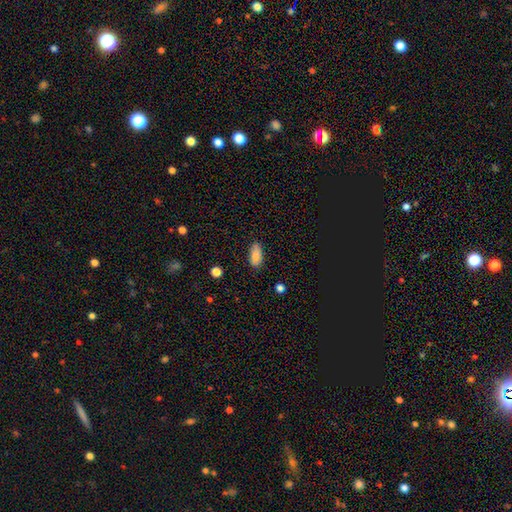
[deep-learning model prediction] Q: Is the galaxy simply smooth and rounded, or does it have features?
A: smooth — 85%.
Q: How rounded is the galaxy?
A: in between — 89%.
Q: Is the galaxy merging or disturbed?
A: none — 80%.